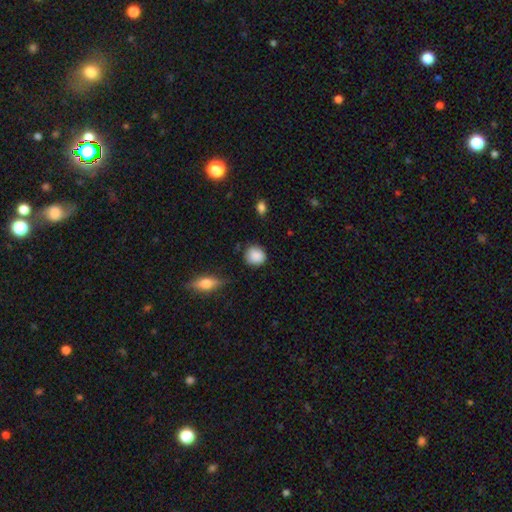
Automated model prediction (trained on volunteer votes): A smooth galaxy with no disk features (87%) that is round (83%).

Vote fractions:
- Smooth or featured? smooth: 87% / star or artifact: 8% / featured or disk: 5%
- How rounded? round: 83% / in between: 16% / cigar-shaped: 1%
- Merging? none: 78% / minor disturbance: 16% / major disturbance: 4% / merger: 2%